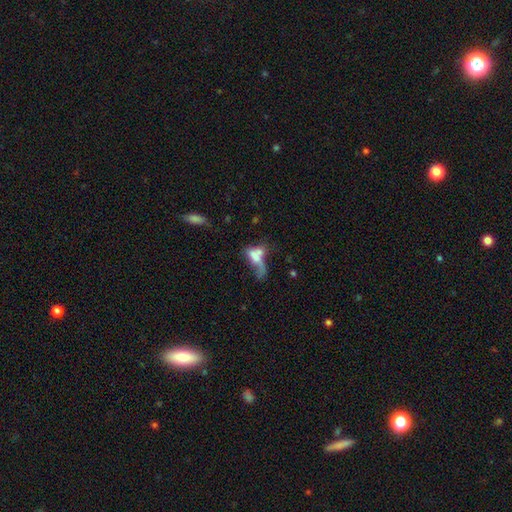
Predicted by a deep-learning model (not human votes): A smooth galaxy with no disk features (55%) that is in between round and cigar-shaped (67%).

Vote fractions:
- Smooth or featured? smooth: 55% / featured or disk: 33% / star or artifact: 12%
- How rounded? in between: 67% / cigar-shaped: 22% / round: 11%
- Merging? merger: 47% / major disturbance: 27% / none: 15% / minor disturbance: 10%